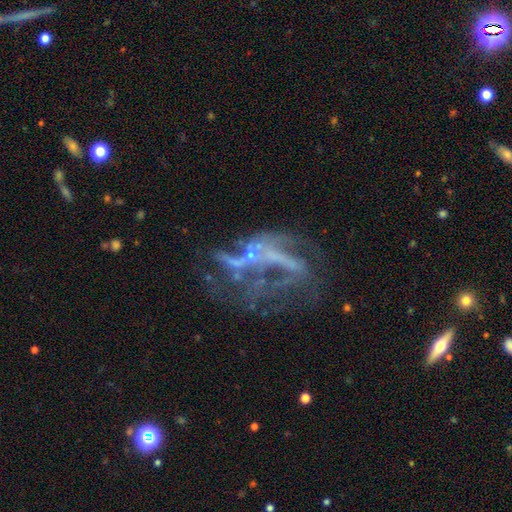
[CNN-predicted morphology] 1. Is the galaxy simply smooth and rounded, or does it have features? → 71% featured or disk, 19% star or artifact, 10% smooth.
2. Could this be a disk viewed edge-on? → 96% no, 4% yes.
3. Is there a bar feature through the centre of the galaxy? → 65% no, 20% weak, 14% strong.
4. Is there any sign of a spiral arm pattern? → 59% no, 41% yes.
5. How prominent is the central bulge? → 59% none, 29% small, 9% moderate, 2% large, 1% dominant.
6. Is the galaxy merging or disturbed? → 44% major disturbance, 27% none, 16% merger, 12% minor disturbance.